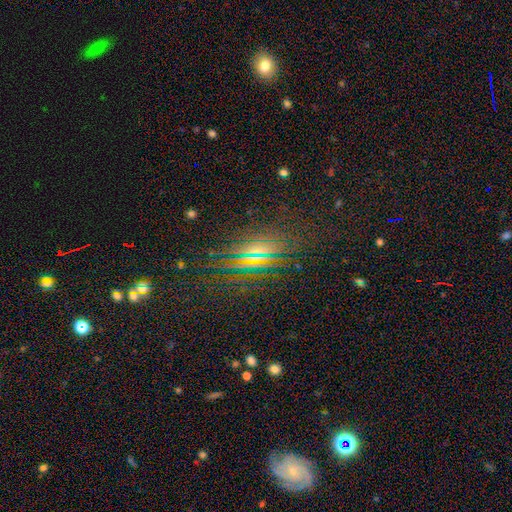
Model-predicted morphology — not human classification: Smooth or featured: star or artifact — 43% (smooth — 38%)